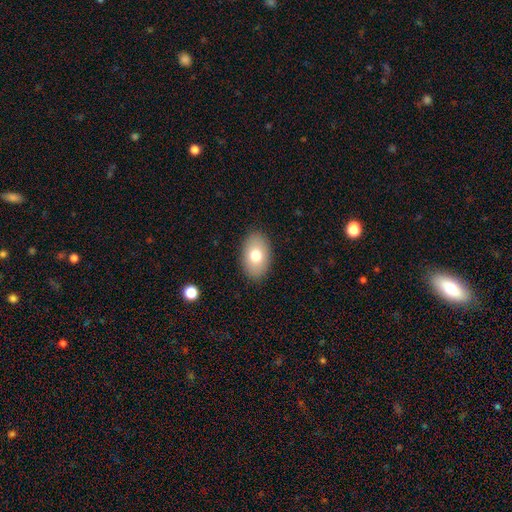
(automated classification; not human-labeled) Smooth or featured? Predicted: smooth (p=0.75). How rounded? Predicted: in between (p=0.89). Merging? Predicted: none (p=0.89).